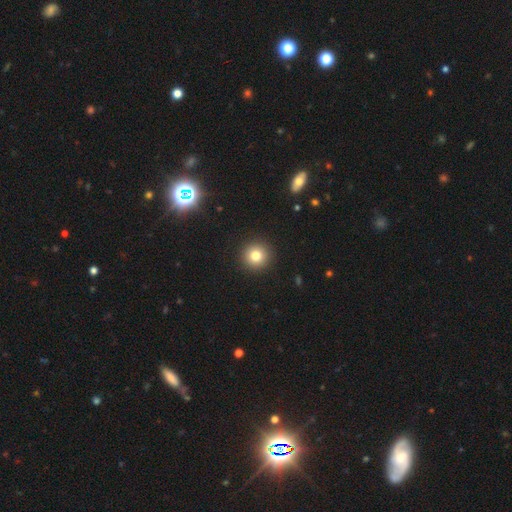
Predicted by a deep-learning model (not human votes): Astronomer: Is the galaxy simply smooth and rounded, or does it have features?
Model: smooth — 80%.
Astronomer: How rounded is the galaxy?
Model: round — 95%.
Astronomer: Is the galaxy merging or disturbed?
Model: none — 93%.